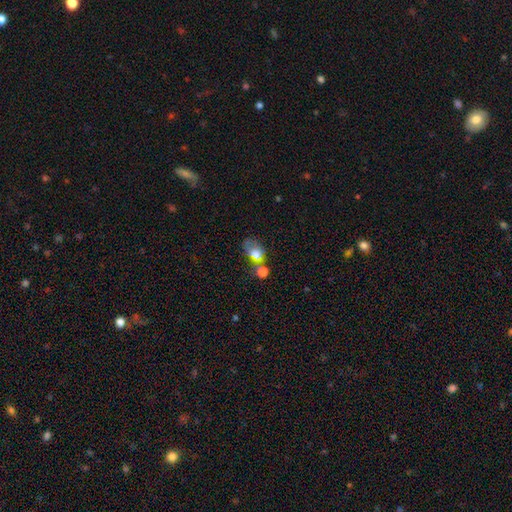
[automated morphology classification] A smooth galaxy with no disk features (67%) that is in between round and cigar-shaped (69%).

Vote fractions:
- Smooth or featured? smooth: 67% / featured or disk: 20% / star or artifact: 14%
- How rounded? in between: 69% / round: 29% / cigar-shaped: 2%
- Merging? merger: 40% / none: 29% / minor disturbance: 16% / major disturbance: 15%